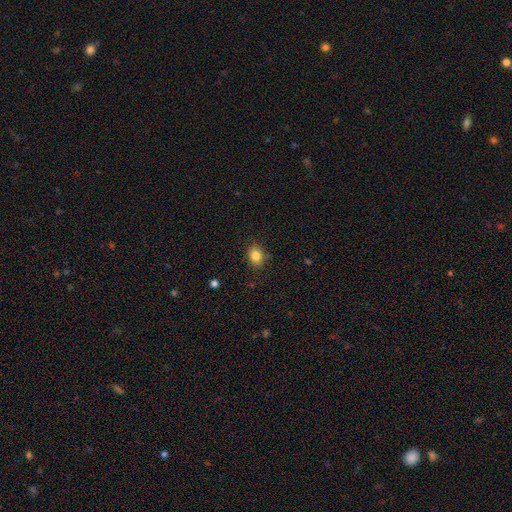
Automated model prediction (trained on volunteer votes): A smooth galaxy with no disk features (84%) that is round (52%).

Vote fractions:
- Smooth or featured? smooth: 84% / star or artifact: 11% / featured or disk: 6%
- How rounded? round: 52% / in between: 47% / cigar-shaped: 1%
- Merging? none: 86% / minor disturbance: 11% / major disturbance: 2% / merger: 1%